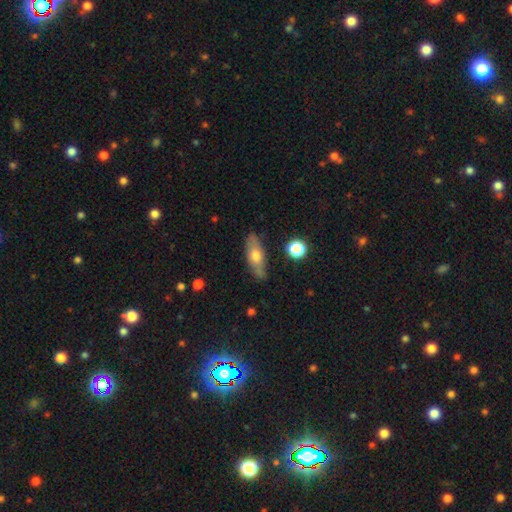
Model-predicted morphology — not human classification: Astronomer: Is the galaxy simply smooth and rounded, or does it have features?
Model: smooth — 54% (runner-up: featured or disk, 39%).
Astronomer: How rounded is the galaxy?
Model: in between — 66%.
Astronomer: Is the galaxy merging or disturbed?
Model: none — 77%.